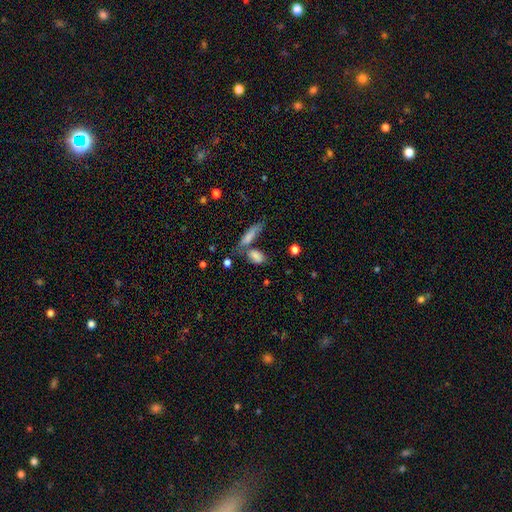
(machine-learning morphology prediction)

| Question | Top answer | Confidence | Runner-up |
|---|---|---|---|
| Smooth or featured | smooth | 80% | featured or disk (12%) |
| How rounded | in between | 77% | cigar-shaped (16%) |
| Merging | none | 42% | merger (36%) |